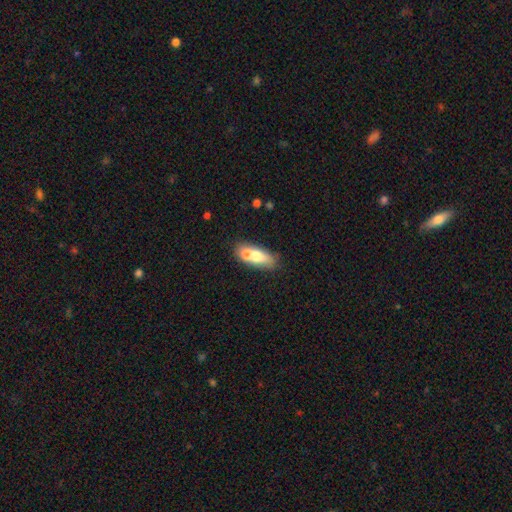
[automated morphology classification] Overall: smooth (62%; featured or disk 30%). How rounded: in between (73%). Merging: merger (54%; none 31%).